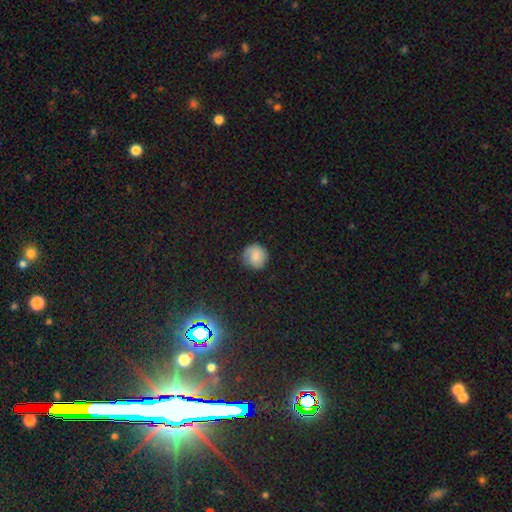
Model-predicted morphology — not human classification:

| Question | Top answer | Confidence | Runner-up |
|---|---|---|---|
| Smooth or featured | smooth | 72% | featured or disk (18%) |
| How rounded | round | 90% | in between (9%) |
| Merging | none | 76% | minor disturbance (17%) |